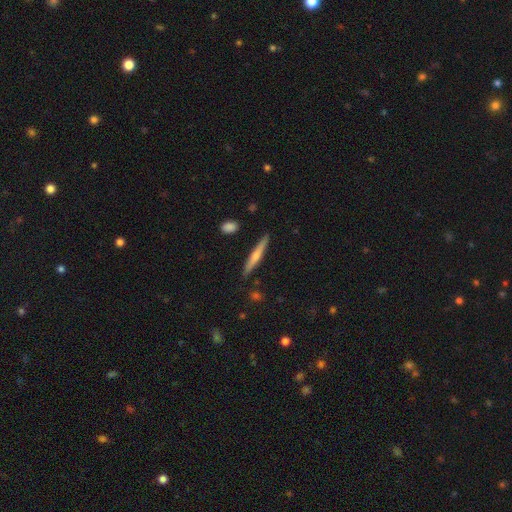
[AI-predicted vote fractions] This appears to be a featured or disk galaxy (53%) viewed edge-on (96%) with a rounded central bulge (75%). Merging: none (90%).